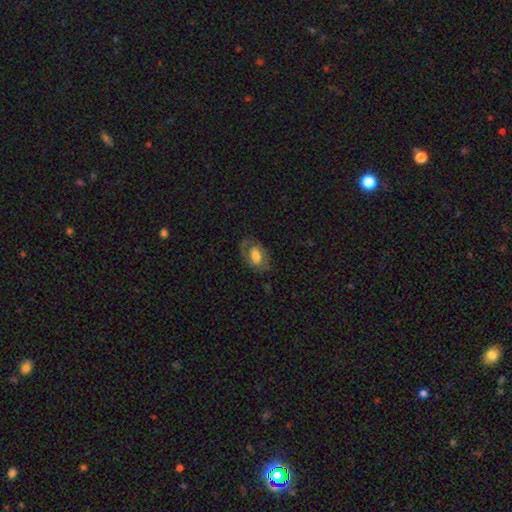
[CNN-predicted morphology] The model was most divided on "smooth or featured": smooth: 58%, featured or disk: 35%, star or artifact: 7%. More confident: how rounded — in between (88%); merging — none (70%).